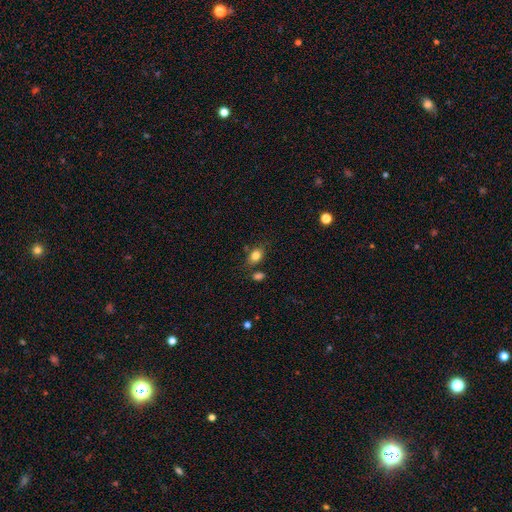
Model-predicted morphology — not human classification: Smooth or featured? Predicted: smooth (p=0.82). How rounded? Predicted: in between (p=0.70). Merging? Predicted: none (p=0.73).